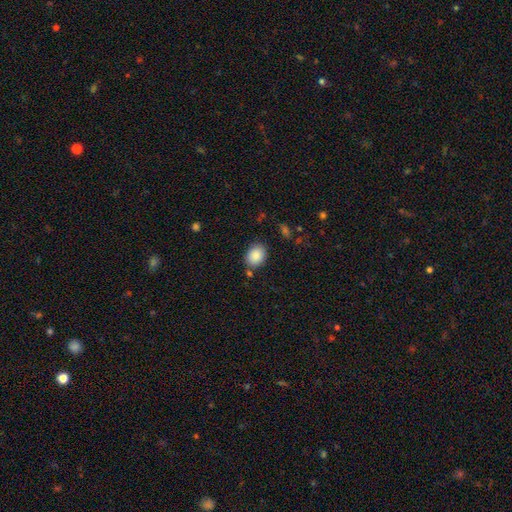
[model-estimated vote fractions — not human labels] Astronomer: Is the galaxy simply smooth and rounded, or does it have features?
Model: smooth — 88%.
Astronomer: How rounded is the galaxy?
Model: in between — 58% (runner-up: round, 41%).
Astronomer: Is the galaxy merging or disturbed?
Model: none — 80%.